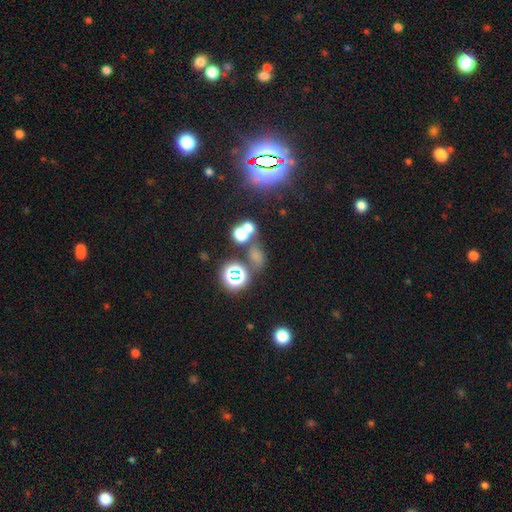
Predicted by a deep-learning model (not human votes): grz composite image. It shows a smooth galaxy with no disk features (54%) that is round (51%). Merging: none (52%).